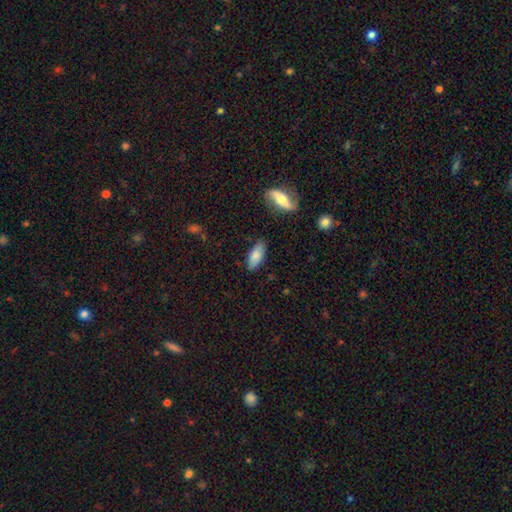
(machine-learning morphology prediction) Overall: smooth (81%). How rounded: in between (80%). Merging: none (81%).